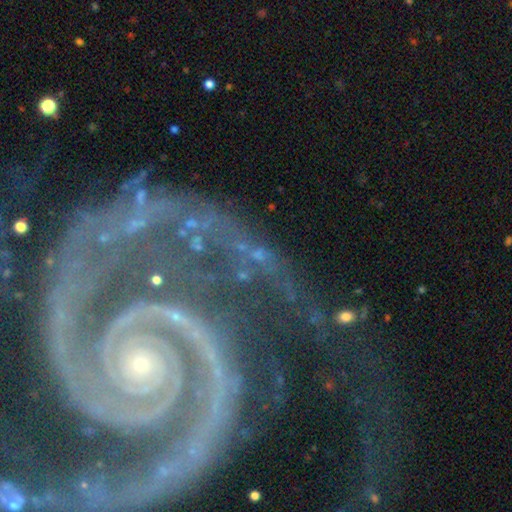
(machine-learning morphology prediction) Smooth or featured? Predicted: featured or disk (p=0.43). Merging? Predicted: none (p=0.54).